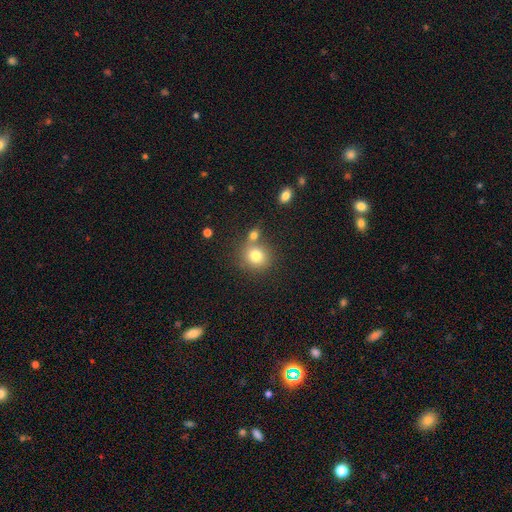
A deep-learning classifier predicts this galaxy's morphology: The model was most divided on "merging": none: 59%, merger: 27%, minor disturbance: 10%, major disturbance: 4%. More confident: how rounded — round (82%); smooth or featured — smooth (78%).